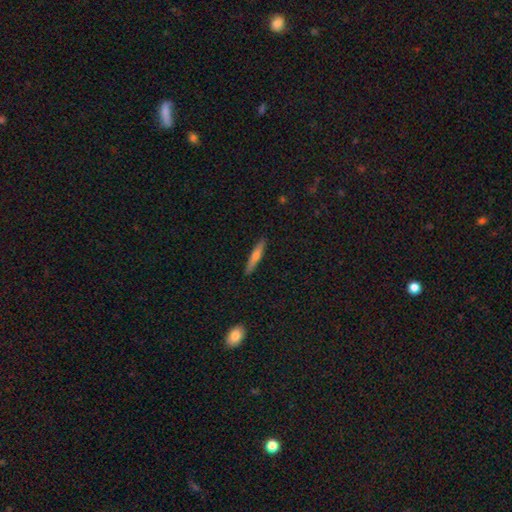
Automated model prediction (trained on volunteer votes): Smooth or featured? smooth (48%)
Merging? none (90%)